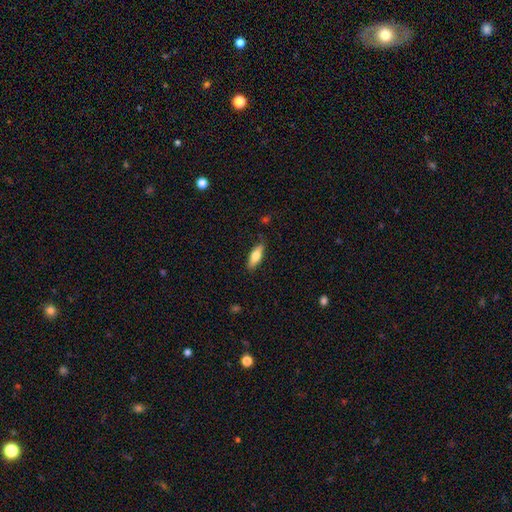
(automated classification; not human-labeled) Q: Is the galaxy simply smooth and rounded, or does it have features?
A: smooth — 73%.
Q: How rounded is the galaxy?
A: in between — 60%.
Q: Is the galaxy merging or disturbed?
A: none — 84%.